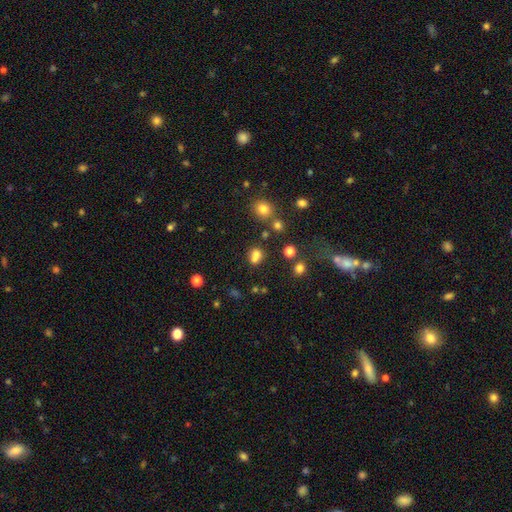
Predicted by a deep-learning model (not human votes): Smooth or featured?
  - smooth: 71% *
  - star or artifact: 19%
  - featured or disk: 10%
How rounded?
  - round: 62% *
  - in between: 36%
  - cigar-shaped: 1%
Merging?
  - none: 46% *
  - merger: 37%
  - minor disturbance: 11%
  - major disturbance: 5%